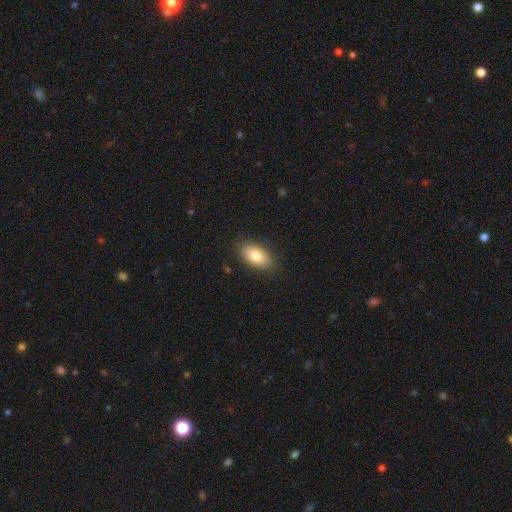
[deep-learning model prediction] Morphology: type=smooth (81%); roundness=in between (92%); merging=none (86%).